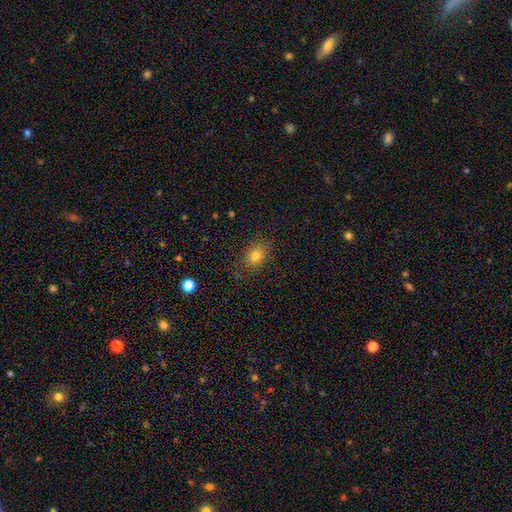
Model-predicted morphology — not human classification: Smooth or featured? smooth (78%)
How rounded? in between (61%)
Merging? none (81%)